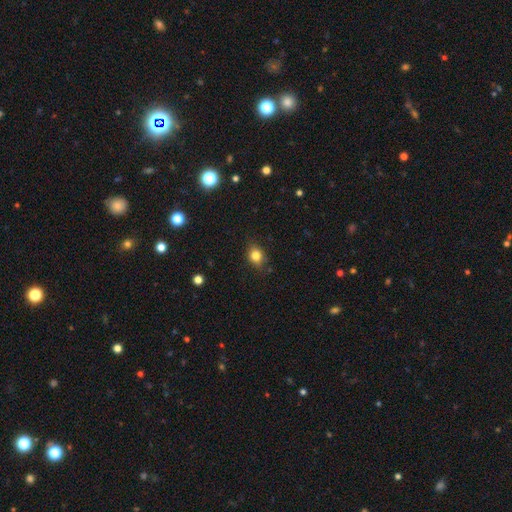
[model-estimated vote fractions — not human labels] smooth_or_featured: smooth (p=0.81) [alt: star or artifact p=0.11]
how_rounded: round (p=0.52) [alt: in between p=0.47]
merging: none (p=0.81) [alt: minor disturbance p=0.14]